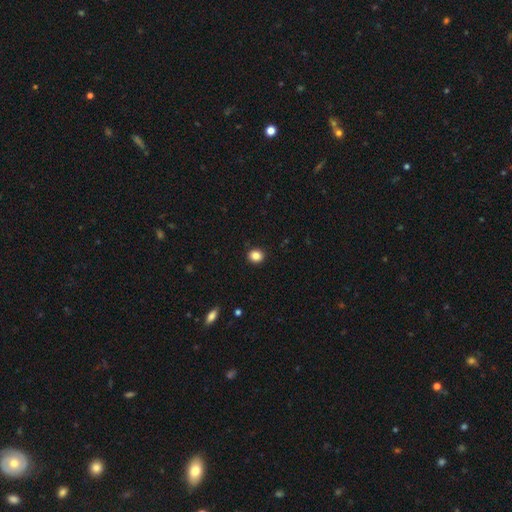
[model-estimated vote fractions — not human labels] Smooth or featured? Predicted: smooth (p=0.86). How rounded? Predicted: round (p=0.83). Merging? Predicted: none (p=0.92).